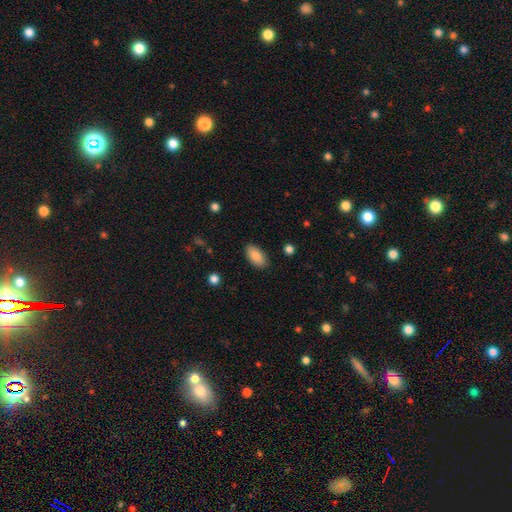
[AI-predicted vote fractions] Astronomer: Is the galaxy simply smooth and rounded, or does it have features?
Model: smooth — 86%.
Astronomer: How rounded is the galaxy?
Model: in between — 92%.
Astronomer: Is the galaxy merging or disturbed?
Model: none — 88%.